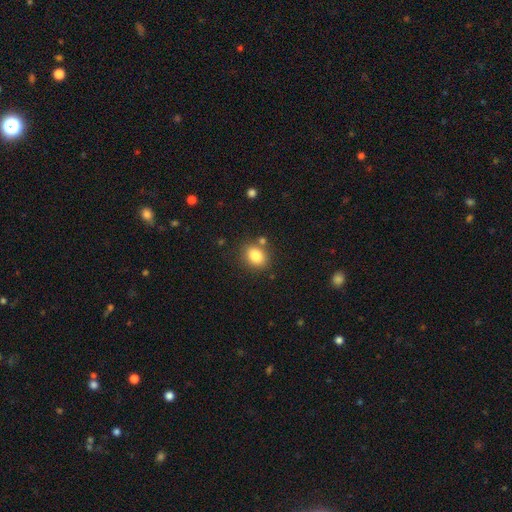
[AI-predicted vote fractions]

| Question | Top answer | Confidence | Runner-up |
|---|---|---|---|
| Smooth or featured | smooth | 83% | star or artifact (10%) |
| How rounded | in between | 51% | round (48%) |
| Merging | none | 77% | minor disturbance (11%) |